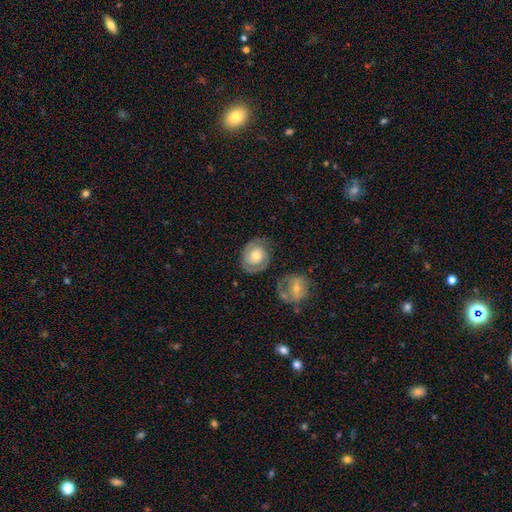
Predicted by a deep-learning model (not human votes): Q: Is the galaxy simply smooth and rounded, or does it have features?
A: featured or disk — 67%.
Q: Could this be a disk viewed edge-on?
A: no — 97%.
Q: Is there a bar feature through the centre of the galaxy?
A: no — 70%.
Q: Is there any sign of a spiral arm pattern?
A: yes — 89%.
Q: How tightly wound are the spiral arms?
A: tight — 54%.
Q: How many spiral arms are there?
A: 2 — 80%.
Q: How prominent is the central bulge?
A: moderate — 58%.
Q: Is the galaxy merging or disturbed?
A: none — 68%.